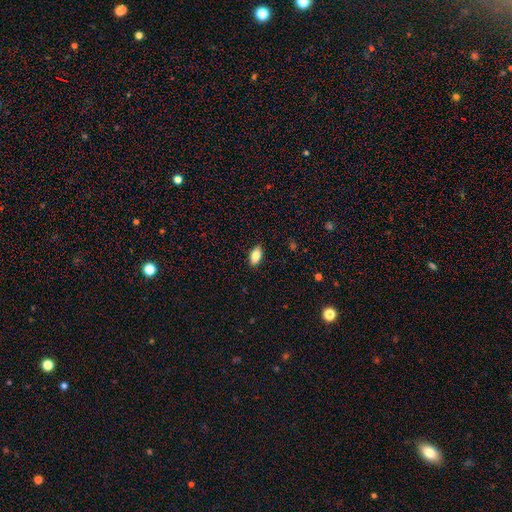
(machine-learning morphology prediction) Smooth or featured: smooth — 82% (featured or disk — 10%)
How rounded: in between — 90% (cigar-shaped — 6%)
Merging: none — 89% (minor disturbance — 8%)